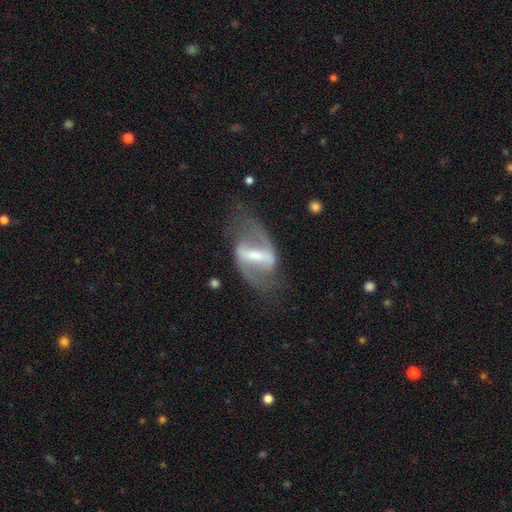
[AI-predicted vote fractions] A featured or disk galaxy (85%) with a strong bar (75%), 2 (89%) loose (50%) spiral arms (83%) and a moderate central bulge (40%). Merging: none (63%).